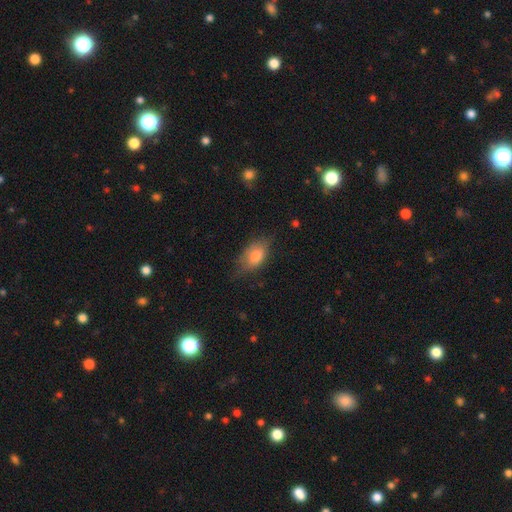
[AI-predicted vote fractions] Smooth or featured? smooth (78%)
How rounded? in between (88%)
Merging? none (61%)